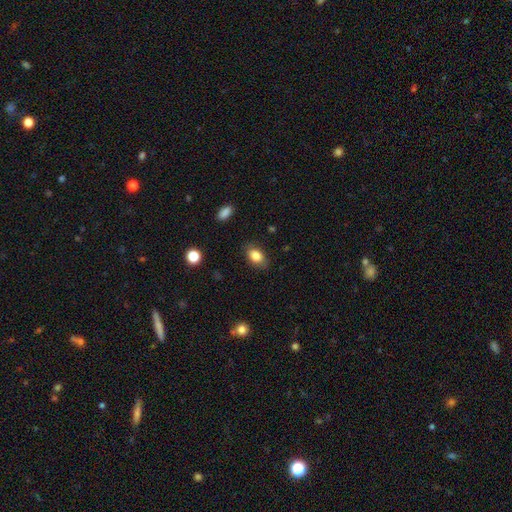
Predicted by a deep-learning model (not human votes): Morphology: type=smooth (84%); roundness=in between (85%); merging=none (83%).